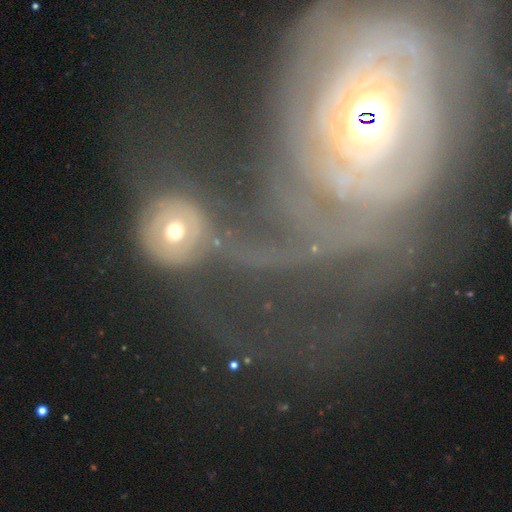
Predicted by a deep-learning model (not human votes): The model was most divided on "bulge size": moderate: 51%, small: 33%, large: 9%, none: 3%, dominant: 3%. Remaining: edge-on disk — no (92%); spiral arms — yes (71%); bar — no (61%); smooth or featured — featured or disk (57%); merging — none (50%).